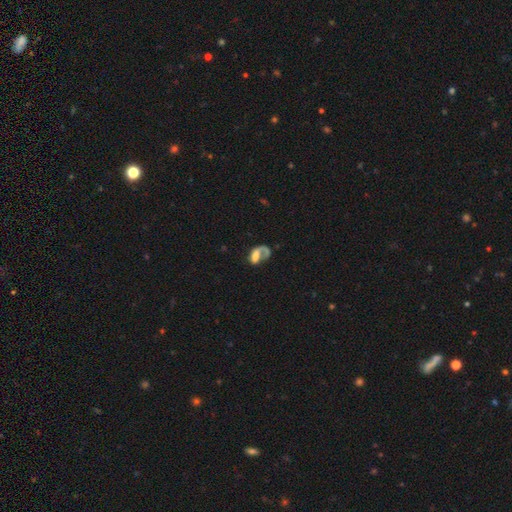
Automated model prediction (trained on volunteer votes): A featured or disk galaxy (54%) with no bar (71%), spiral arms (67%) and a moderate central bulge (32%).

Vote fractions:
- Smooth or featured? featured or disk: 54% / smooth: 37% / star or artifact: 9%
- Edge-on disk? no: 97% / yes: 3%
- Bar? no: 71% / weak: 22% / strong: 7%
- Spiral arms? yes: 67% / no: 33%
- Bulge size? moderate: 32% / small: 25% / none: 23% / large: 16% / dominant: 4%
- Merging? major disturbance: 44% / none: 29% / minor disturbance: 14% / merger: 12%